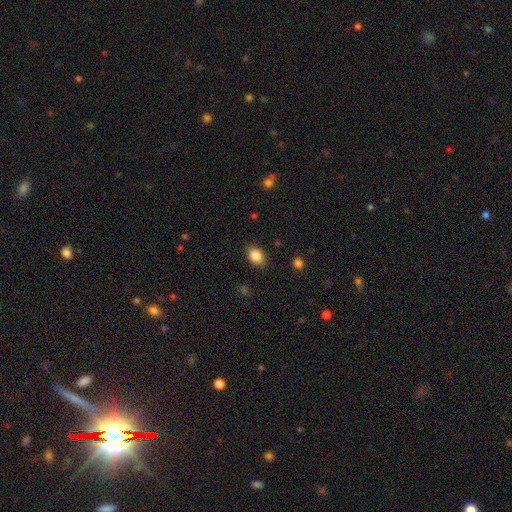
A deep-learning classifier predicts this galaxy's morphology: smooth_or_featured: smooth (p=0.86) [alt: star or artifact p=0.09]
how_rounded: in between (p=0.75) [alt: round p=0.24]
merging: none (p=0.85) [alt: minor disturbance p=0.11]